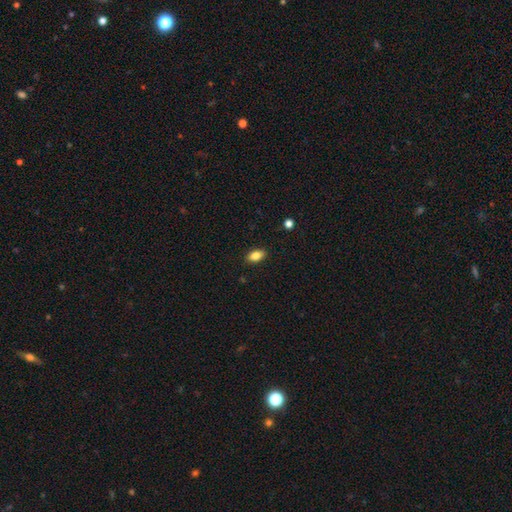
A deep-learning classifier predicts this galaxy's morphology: smooth 83%, featured or disk 9%, star or artifact 9%. Down the decision tree: how rounded — in between (89%); merging — none (88%).